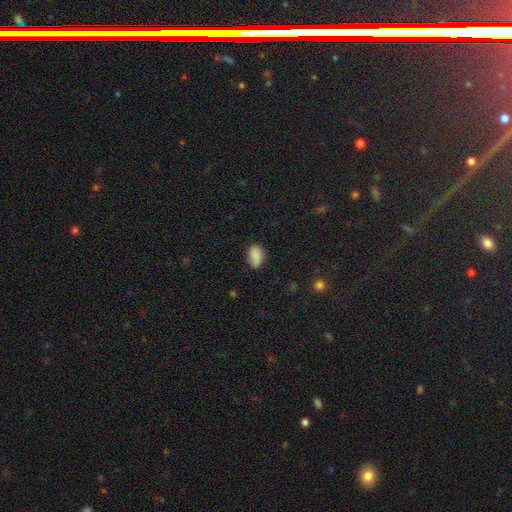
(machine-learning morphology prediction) Smooth or featured: smooth — 85% (star or artifact — 9%)
How rounded: in between — 86% (round — 12%)
Merging: none — 70% (minor disturbance — 23%)